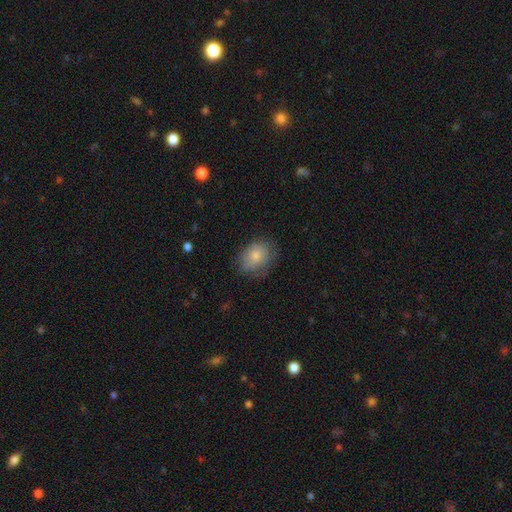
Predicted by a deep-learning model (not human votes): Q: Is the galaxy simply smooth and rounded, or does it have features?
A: smooth — 80%.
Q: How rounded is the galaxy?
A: in between — 61%.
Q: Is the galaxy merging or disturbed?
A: none — 67%.